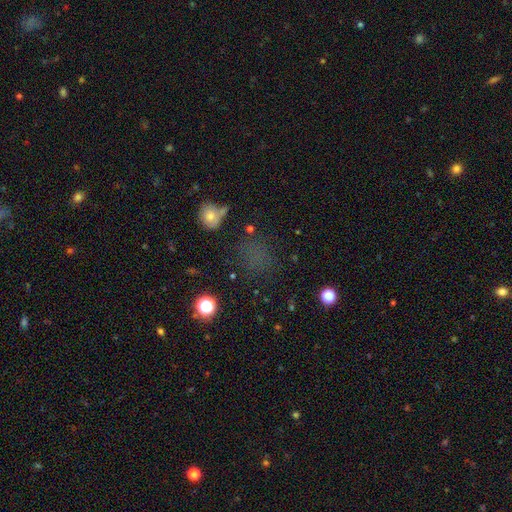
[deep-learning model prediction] smooth_or_featured: smooth (p=0.52) [alt: star or artifact p=0.38]
how_rounded: round (p=0.71) [alt: in between p=0.26]
merging: none (p=0.68) [alt: minor disturbance p=0.16]